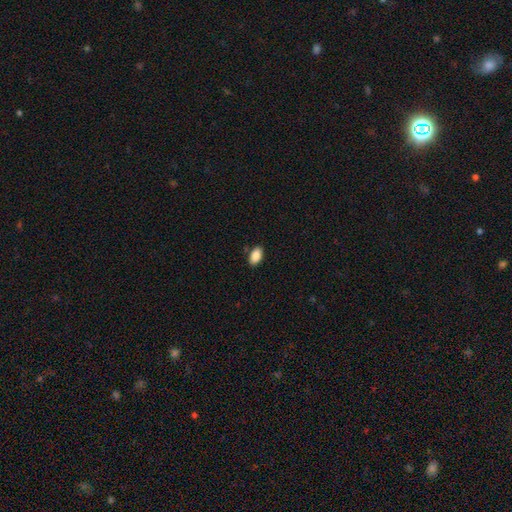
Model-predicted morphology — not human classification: This appears to be a smooth galaxy with no disk features (87%) that is in between round and cigar-shaped (93%). Merging: none (86%).